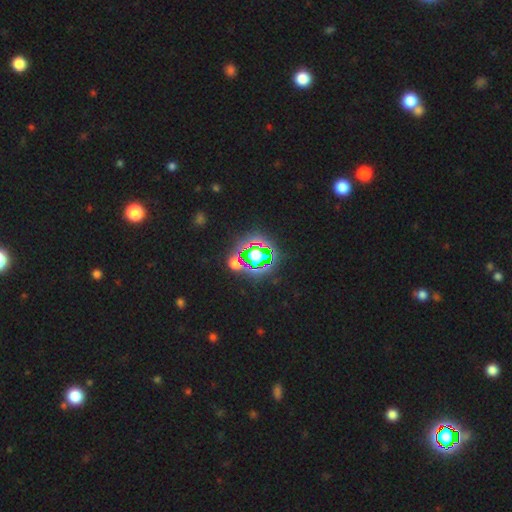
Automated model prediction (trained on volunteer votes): Smooth or featured? star or artifact (70%)